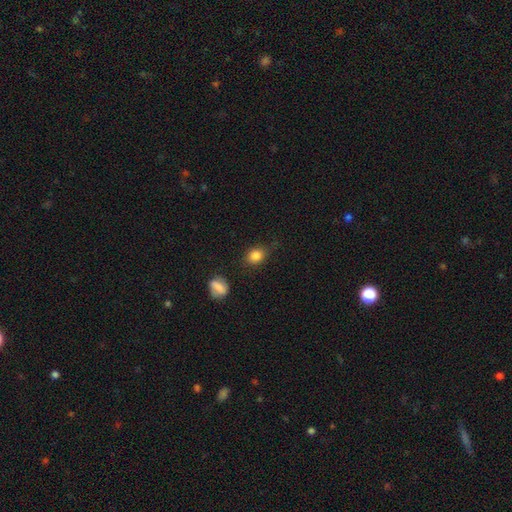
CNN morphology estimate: A smooth galaxy with no disk features (84%) that is round (56%).

Vote fractions:
- Smooth or featured? smooth: 84% / star or artifact: 10% / featured or disk: 6%
- How rounded? round: 56% / in between: 42% / cigar-shaped: 2%
- Merging? none: 72% / minor disturbance: 19% / major disturbance: 5% / merger: 3%